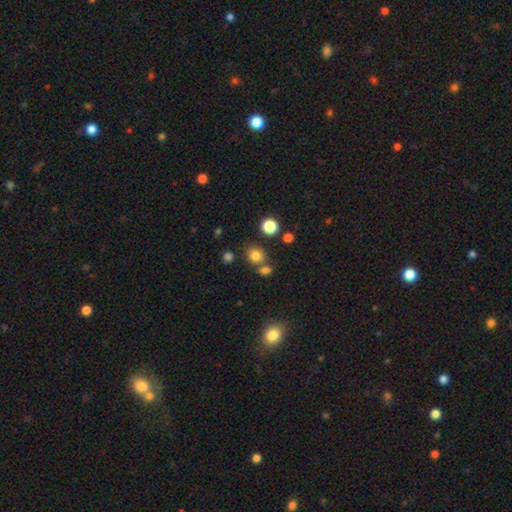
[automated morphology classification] smooth_or_featured: smooth (p=0.78) [alt: star or artifact p=0.15]
how_rounded: round (p=0.76) [alt: in between p=0.23]
merging: none (p=0.71) [alt: merger p=0.16]